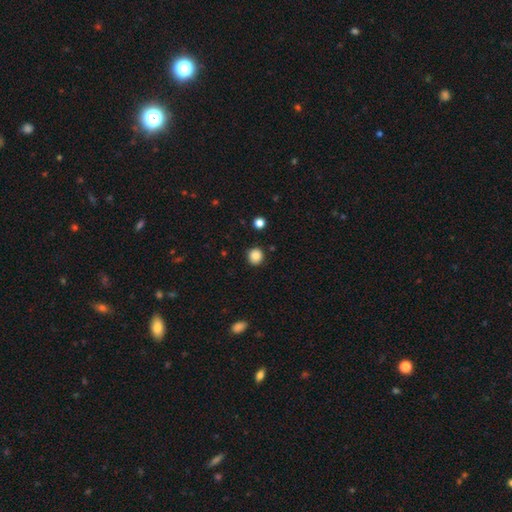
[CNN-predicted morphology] Smooth or featured: smooth — 84% (star or artifact — 10%)
How rounded: round — 89% (in between — 10%)
Merging: none — 90% (minor disturbance — 6%)